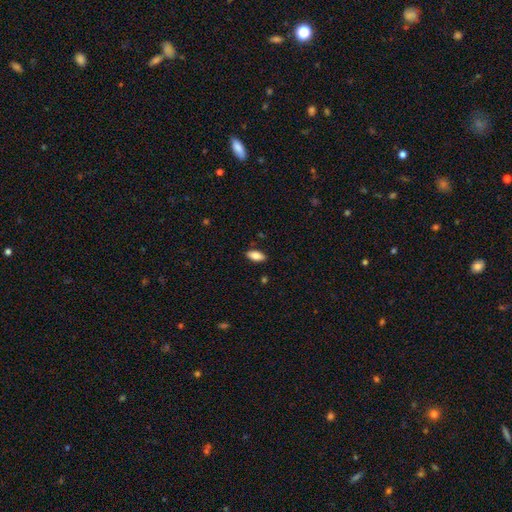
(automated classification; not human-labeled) Smooth or featured: smooth — 86% (featured or disk — 7%)
How rounded: in between — 89% (cigar-shaped — 9%)
Merging: none — 87% (minor disturbance — 10%)